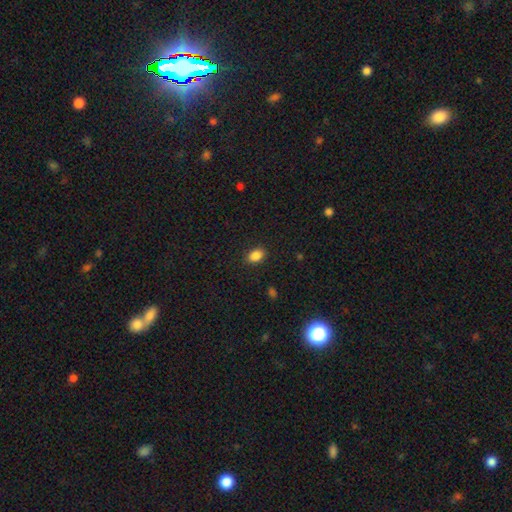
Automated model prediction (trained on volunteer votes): This is clearly a smooth galaxy (87%). How rounded: clearly in between (81%). Merging: clearly none (88%).